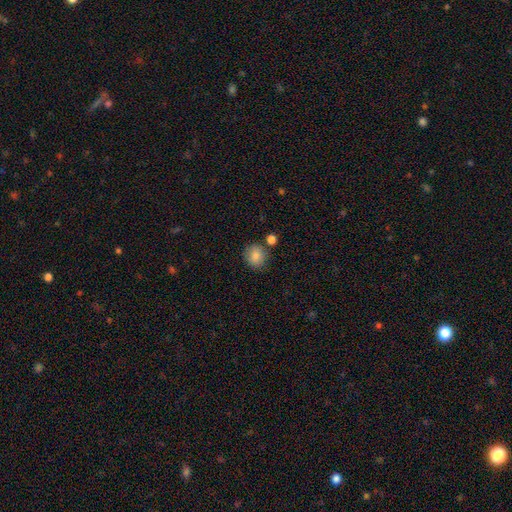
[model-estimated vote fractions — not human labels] smooth 84%, star or artifact 9%, featured or disk 7%. Down the decision tree: how rounded — round (76%); merging — none (77%).